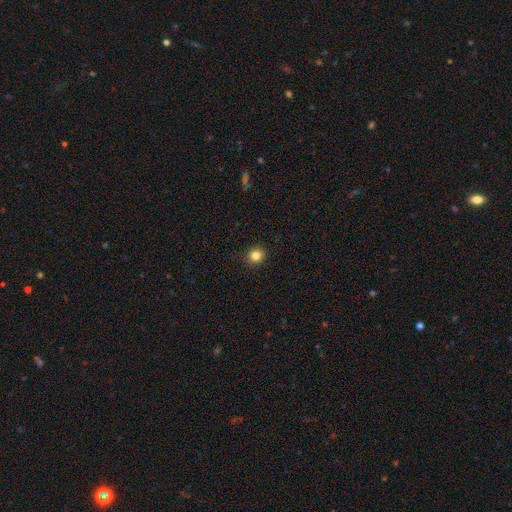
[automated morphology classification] Smooth or featured? smooth (83%)
How rounded? round (89%)
Merging? none (91%)